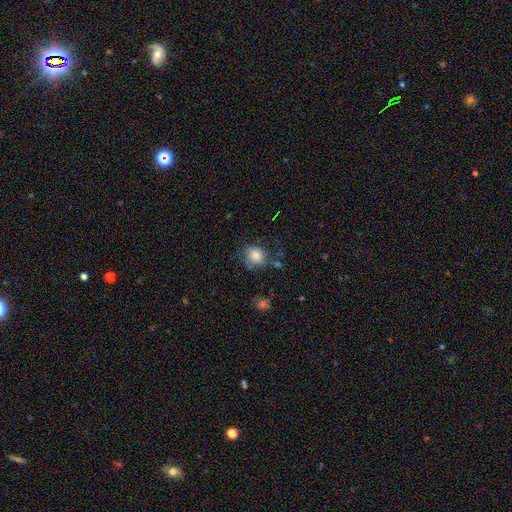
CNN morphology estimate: Smooth or featured? Predicted: smooth (p=0.70). How rounded? Predicted: round (p=0.68). Merging? Predicted: none (p=0.54).